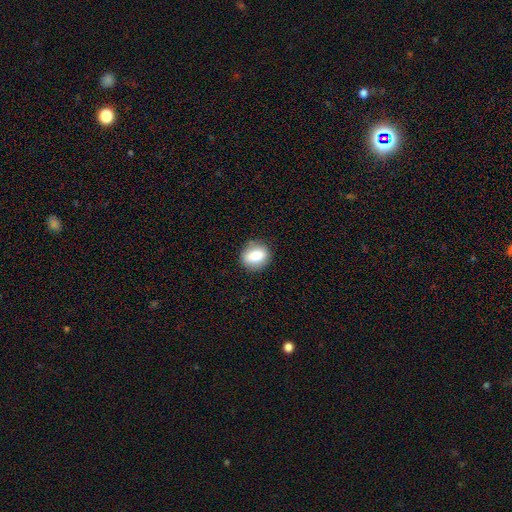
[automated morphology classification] Smooth or featured? smooth (79%)
How rounded? round (54%)
Merging? none (86%)